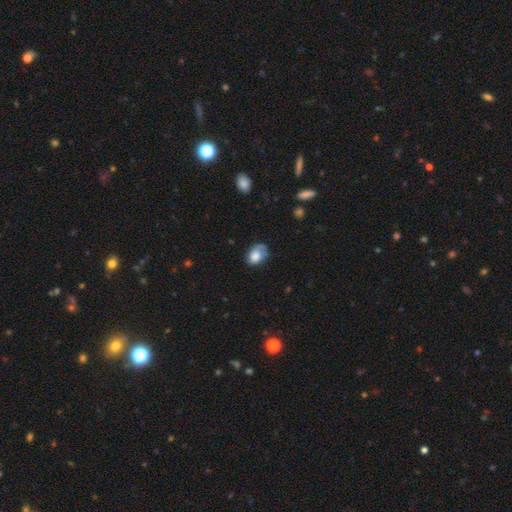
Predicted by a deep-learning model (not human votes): A smooth galaxy with no disk features (73%) that is in between round and cigar-shaped (75%). Merging: none (50%).